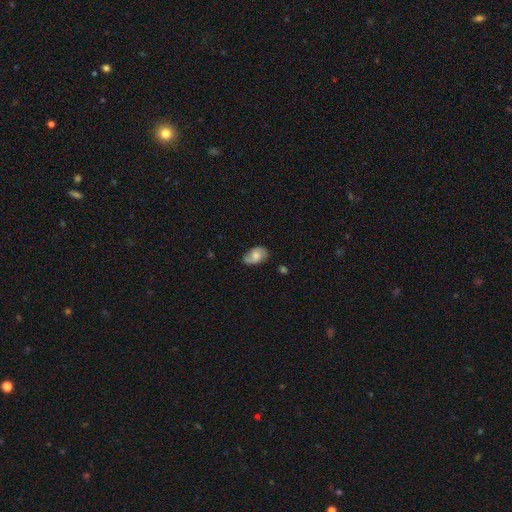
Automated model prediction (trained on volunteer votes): A smooth galaxy with no disk features (52%) that is in between round and cigar-shaped (89%).

Vote fractions:
- Smooth or featured? smooth: 52% / featured or disk: 40% / star or artifact: 8%
- How rounded? in between: 89% / round: 10% / cigar-shaped: 2%
- Merging? none: 64% / minor disturbance: 27% / major disturbance: 7% / merger: 2%